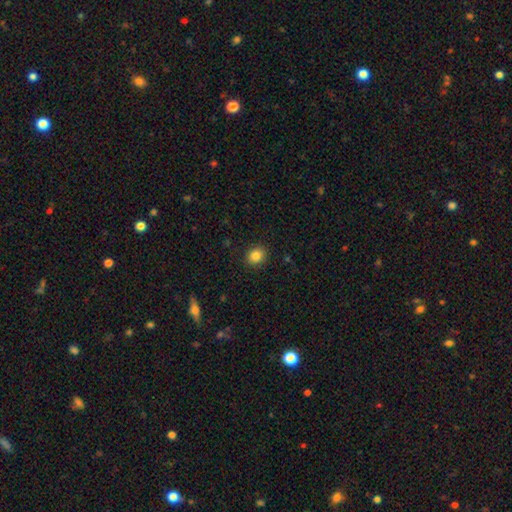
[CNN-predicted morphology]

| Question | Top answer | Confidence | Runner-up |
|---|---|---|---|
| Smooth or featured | smooth | 85% | star or artifact (10%) |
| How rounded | round | 71% | in between (29%) |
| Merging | none | 90% | minor disturbance (7%) |